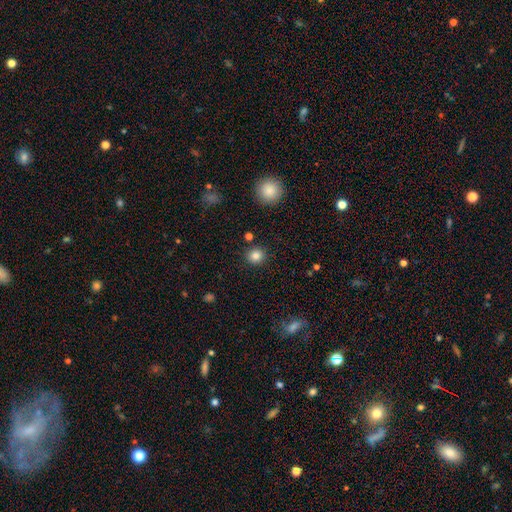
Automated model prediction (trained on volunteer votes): smooth_or_featured: smooth (p=0.84) [alt: star or artifact p=0.12]
how_rounded: round (p=0.89) [alt: in between p=0.10]
merging: none (p=0.89) [alt: minor disturbance p=0.06]